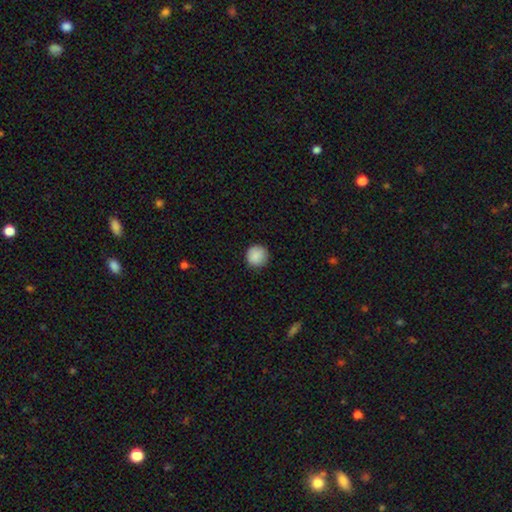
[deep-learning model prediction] smooth-or-featured: smooth: 89% | star or artifact: 8% | featured or disk: 3%
  how-rounded: round: 95% | in between: 4% | cigar-shaped: 1%
  merging: none: 91% | minor disturbance: 7% | major disturbance: 2% | merger: 1%